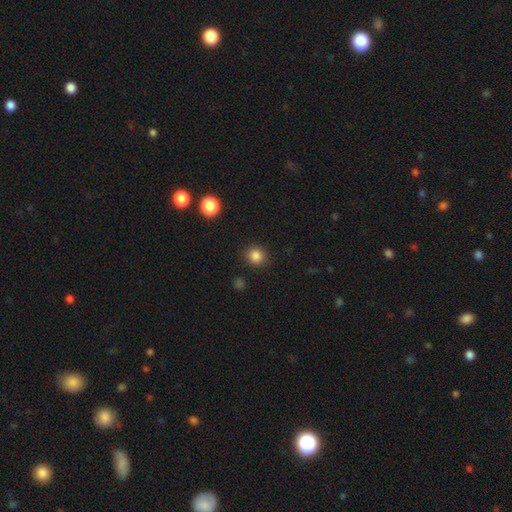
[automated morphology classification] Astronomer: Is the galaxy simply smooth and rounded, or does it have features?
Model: smooth — 85%.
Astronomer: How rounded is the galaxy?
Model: round — 90%.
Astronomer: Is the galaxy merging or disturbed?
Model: none — 90%.